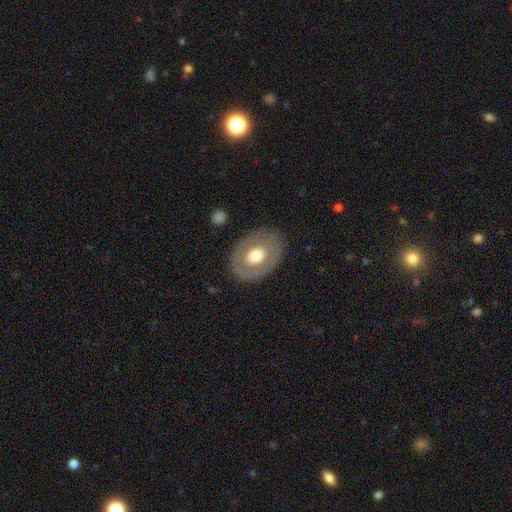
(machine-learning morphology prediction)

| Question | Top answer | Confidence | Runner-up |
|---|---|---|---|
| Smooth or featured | smooth | 54% | featured or disk (40%) |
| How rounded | in between | 68% | round (31%) |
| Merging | none | 84% | minor disturbance (11%) |